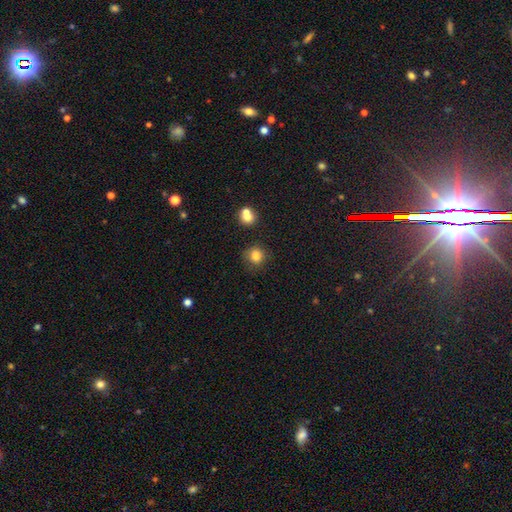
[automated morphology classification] Smooth or featured?
  - smooth: 83% *
  - star or artifact: 12%
  - featured or disk: 6%
How rounded?
  - round: 86% *
  - in between: 13%
  - cigar-shaped: 1%
Merging?
  - none: 77% *
  - minor disturbance: 14%
  - merger: 5%
  - major disturbance: 4%